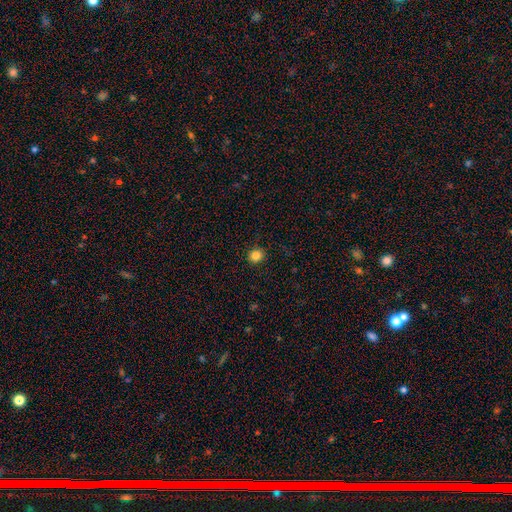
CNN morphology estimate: smooth 84%, star or artifact 12%, featured or disk 4%. Down the decision tree: how rounded — round (87%); merging — none (91%).